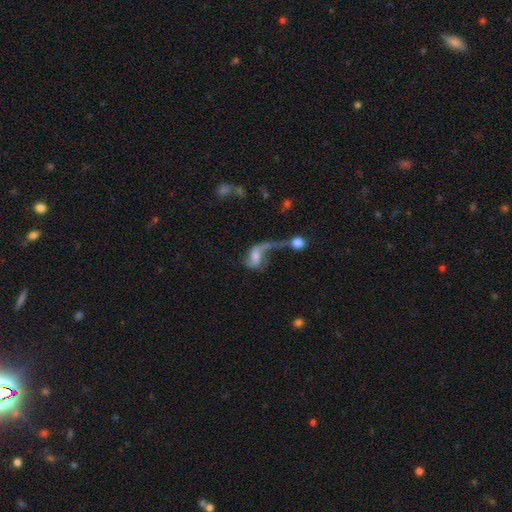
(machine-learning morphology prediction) A featured or disk galaxy (64%) with no bar (47%), spiral arms (79%) and a moderate central bulge (34%).

Vote fractions:
- Smooth or featured? featured or disk: 64% / smooth: 26% / star or artifact: 10%
- Edge-on disk? no: 96% / yes: 4%
- Bar? no: 47% / weak: 39% / strong: 14%
- Spiral arms? yes: 79% / no: 21%
- Bulge size? moderate: 34% / small: 33% / none: 21% / large: 9% / dominant: 3%
- Merging? merger: 41% / major disturbance: 33% / none: 17% / minor disturbance: 10%